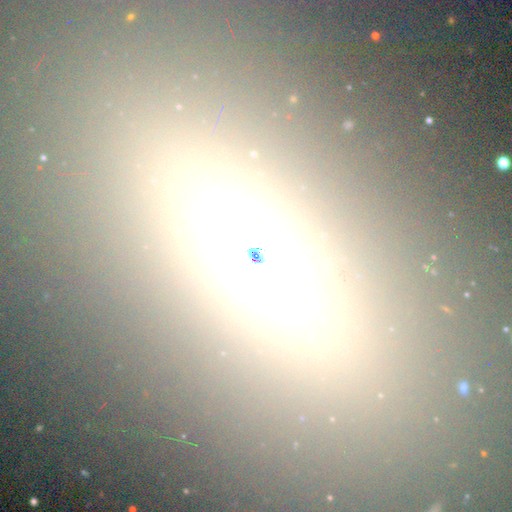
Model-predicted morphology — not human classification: The model was most divided on "smooth or featured": smooth: 36%, featured or disk: 34%, star or artifact: 31%. More confident: merging — none (85%).